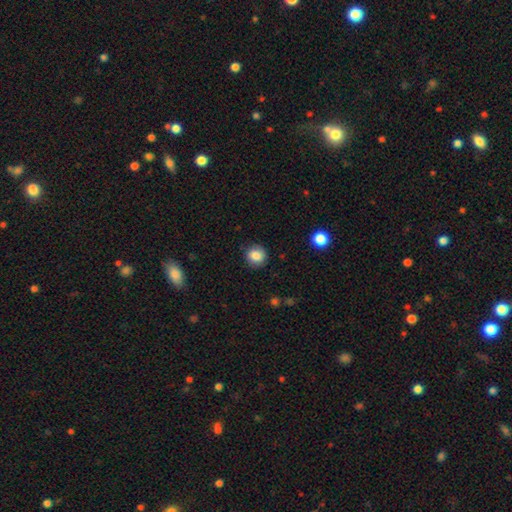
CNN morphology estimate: type=smooth (85%); roundness=round (86%); merging=none (88%).